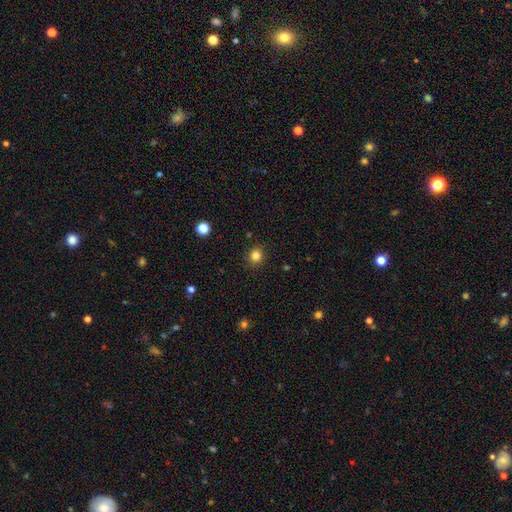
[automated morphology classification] type=smooth (83%); roundness=round (84%); merging=none (90%).